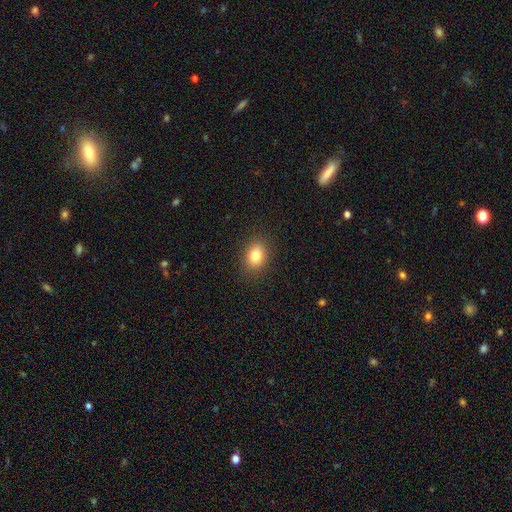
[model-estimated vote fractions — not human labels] smooth_or_featured: smooth (p=0.82) [alt: star or artifact p=0.11]
how_rounded: in between (p=0.61) [alt: round p=0.38]
merging: none (p=0.89) [alt: minor disturbance p=0.08]